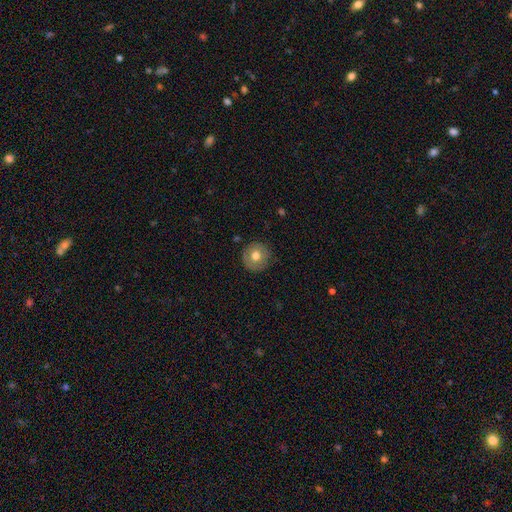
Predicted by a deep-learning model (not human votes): The model was most divided on "smooth or featured": smooth: 72%, featured or disk: 19%, star or artifact: 9%. More confident: how rounded — round (95%); merging — none (88%).